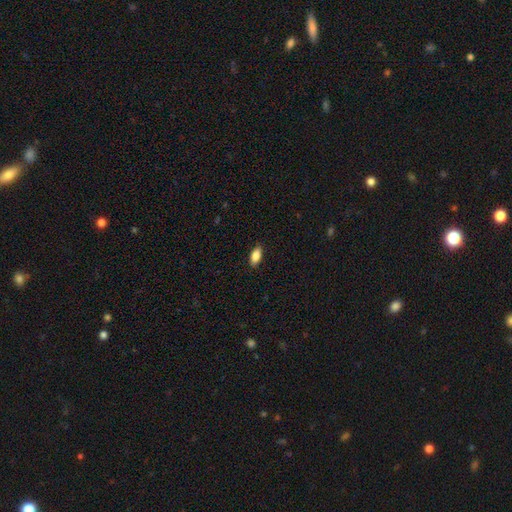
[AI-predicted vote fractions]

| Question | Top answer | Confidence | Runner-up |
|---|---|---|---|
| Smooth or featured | smooth | 85% | featured or disk (8%) |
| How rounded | in between | 86% | cigar-shaped (11%) |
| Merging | none | 88% | minor disturbance (9%) |